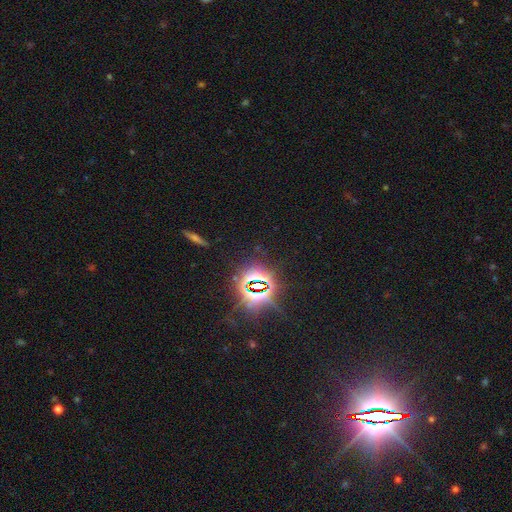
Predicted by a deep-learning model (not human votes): Overall: star or artifact (84%).